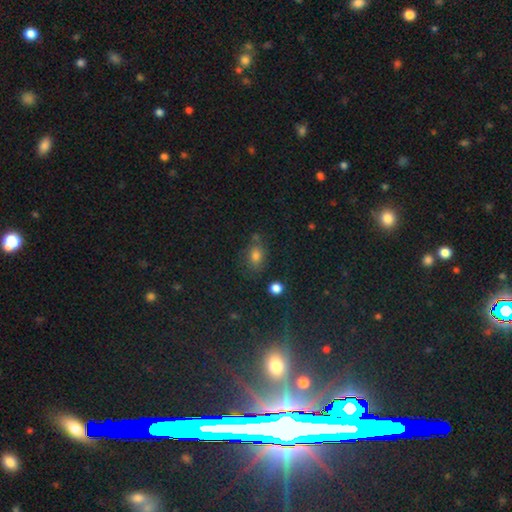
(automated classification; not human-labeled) Q: Smooth or featured?
A: smooth (70%); runner-up: star or artifact (21%)
Q: How rounded?
A: in between (67%); runner-up: round (31%)
Q: Merging?
A: none (71%); runner-up: minor disturbance (16%)